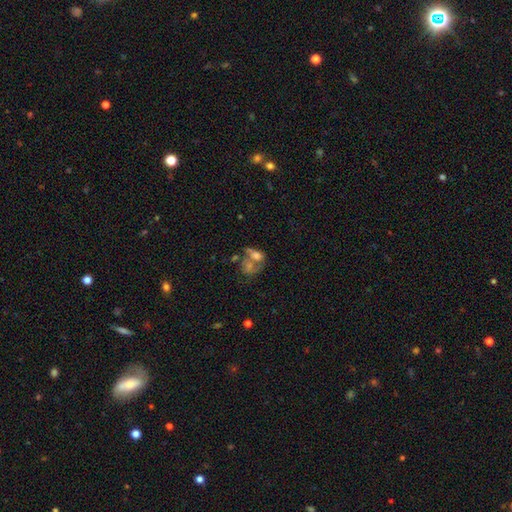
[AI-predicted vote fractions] The model was most divided on "smooth or featured": smooth: 50%, featured or disk: 37%, star or artifact: 13%. More confident: merging — merger (53%).